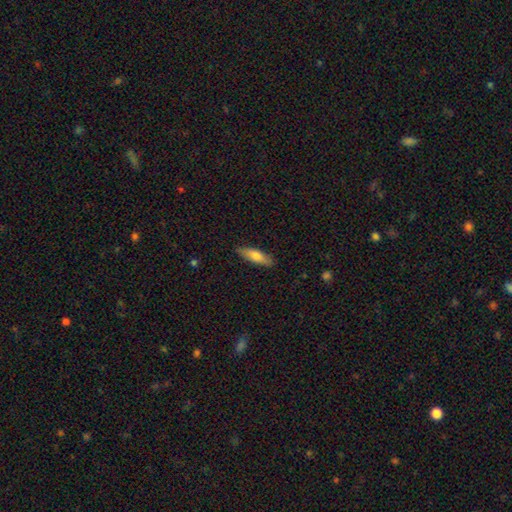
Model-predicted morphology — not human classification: Smooth or featured? smooth (71%)
How rounded? cigar-shaped (55%)
Merging? none (88%)